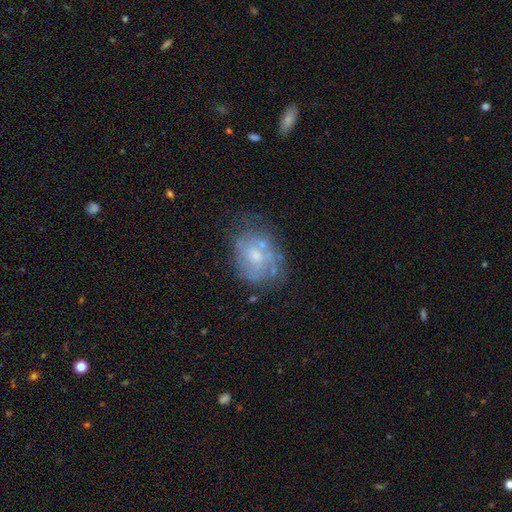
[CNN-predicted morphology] featured or disk 59%, smooth 32%, star or artifact 10%. Down the decision tree: edge-on disk — no (97%); bar — no (78%); spiral arms — no (59%); bulge size — moderate (43%); merging — none (51%).